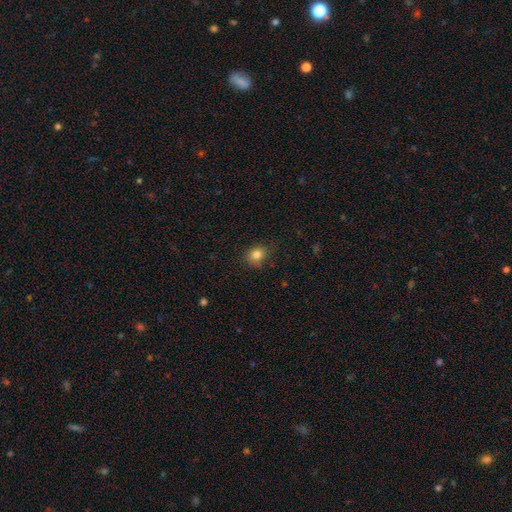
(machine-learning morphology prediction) A smooth galaxy with no disk features (82%) that is round (66%).

Vote fractions:
- Smooth or featured? smooth: 82% / star or artifact: 12% / featured or disk: 6%
- How rounded? round: 66% / in between: 33% / cigar-shaped: 1%
- Merging? none: 78% / minor disturbance: 17% / major disturbance: 4% / merger: 1%